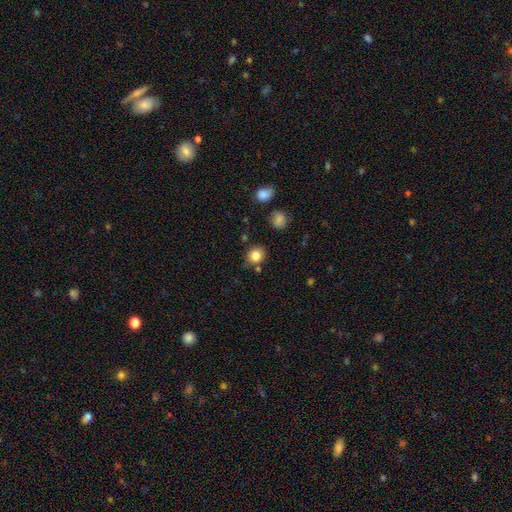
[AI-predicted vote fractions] Overall: smooth (83%). How rounded: round (76%). Merging: none (77%).